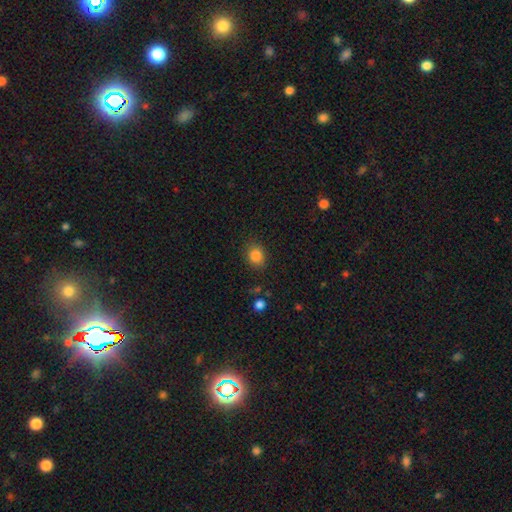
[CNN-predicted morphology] A smooth galaxy with no disk features (85%) that is round (61%).

Vote fractions:
- Smooth or featured? smooth: 85% / star or artifact: 10% / featured or disk: 5%
- How rounded? round: 61% / in between: 38% / cigar-shaped: 1%
- Merging? none: 84% / minor disturbance: 11% / major disturbance: 3% / merger: 2%